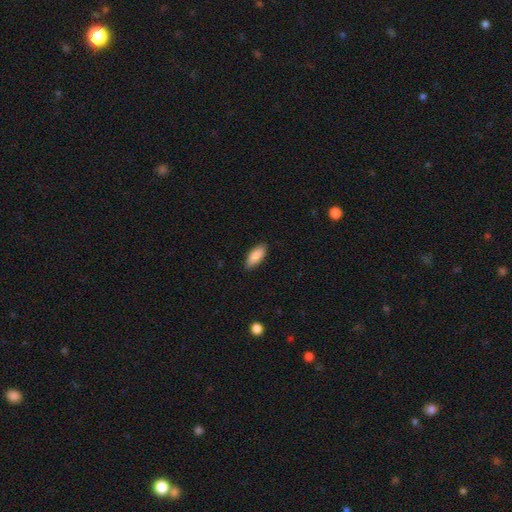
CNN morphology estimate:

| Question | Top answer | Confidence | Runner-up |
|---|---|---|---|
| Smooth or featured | smooth | 89% | star or artifact (6%) |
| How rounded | in between | 82% | cigar-shaped (16%) |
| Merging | none | 87% | minor disturbance (10%) |